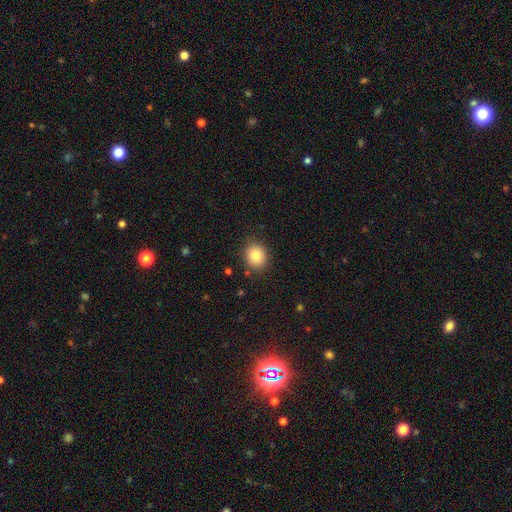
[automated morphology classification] type=smooth (83%); roundness=round (75%); merging=none (87%).